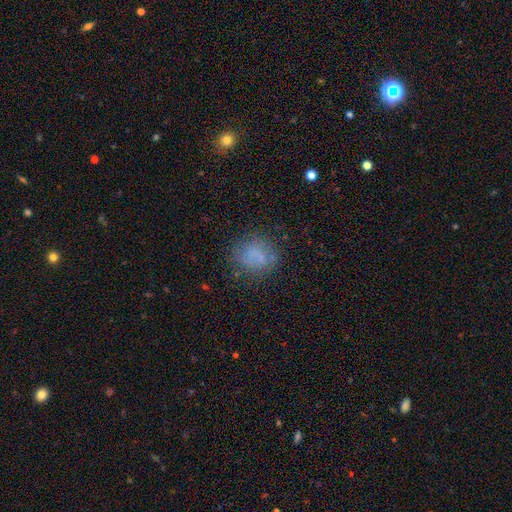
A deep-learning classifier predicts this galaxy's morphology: type=smooth (69%); roundness=round (73%); merging=none (70%).